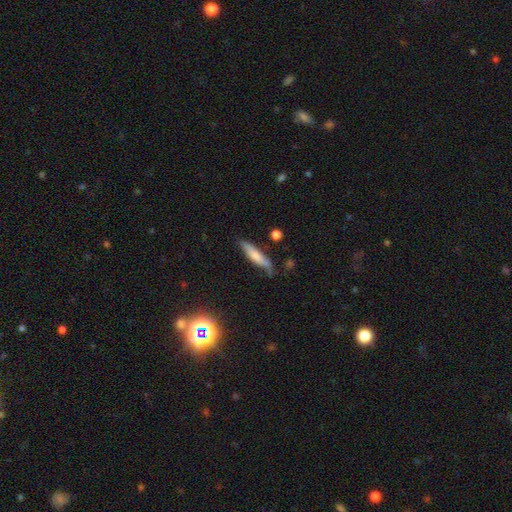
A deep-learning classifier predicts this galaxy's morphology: This is likely a smooth galaxy (68%). How rounded: likely cigar-shaped (77%). Merging: likely none (64%).